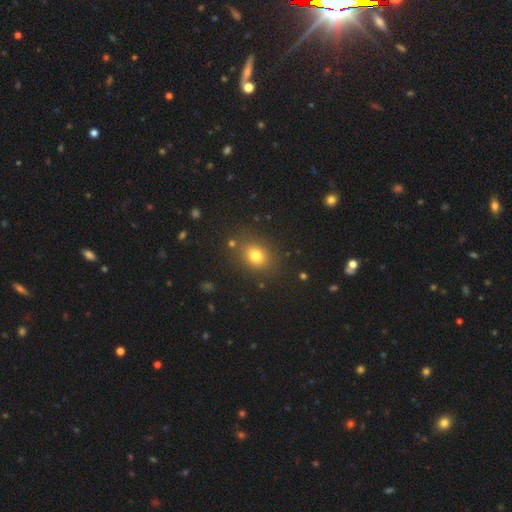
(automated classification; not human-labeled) Overall: smooth (77%). How rounded: round (55%; in between 43%). Merging: none (83%).